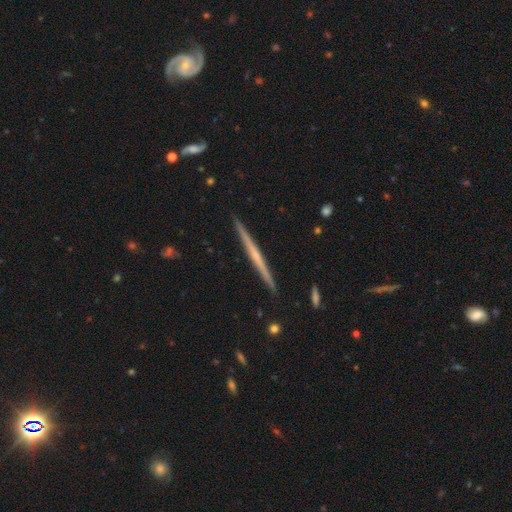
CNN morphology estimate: Overall: featured or disk (71%). Edge-on disk: yes (98%). Edge-on bulge: none (59%; rounded 34%). Merging: none (92%).